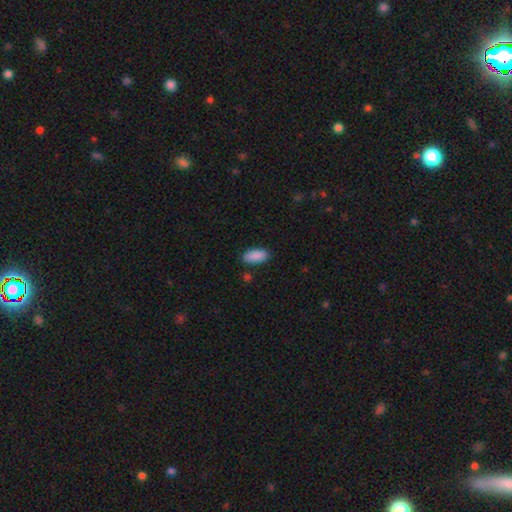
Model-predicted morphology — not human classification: Q: Smooth or featured?
A: smooth (90%); runner-up: star or artifact (6%)
Q: How rounded?
A: in between (90%); runner-up: cigar-shaped (8%)
Q: Merging?
A: none (86%); runner-up: minor disturbance (10%)